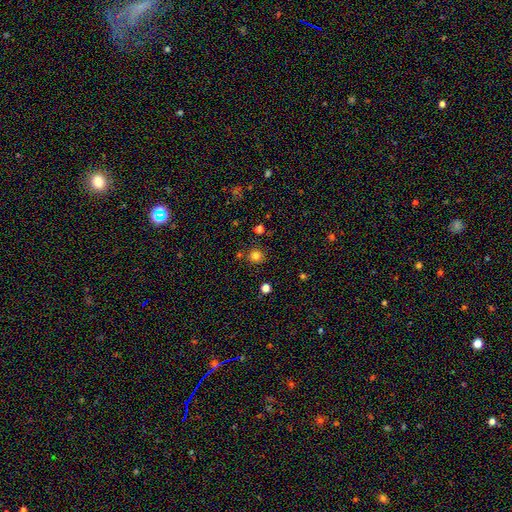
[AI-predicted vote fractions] smooth-or-featured: smooth: 80% | star or artifact: 14% | featured or disk: 5%
  how-rounded: round: 93% | in between: 6% | cigar-shaped: 1%
  merging: none: 85% | minor disturbance: 8% | merger: 5% | major disturbance: 2%